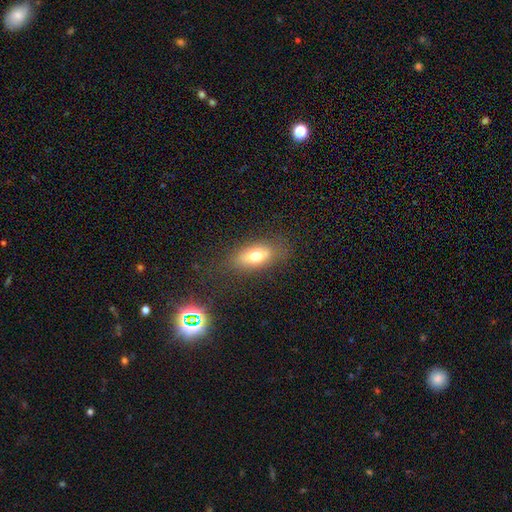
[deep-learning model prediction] smooth 69%, featured or disk 21%, star or artifact 10%. Down the decision tree: how rounded — in between (82%); merging — none (77%).